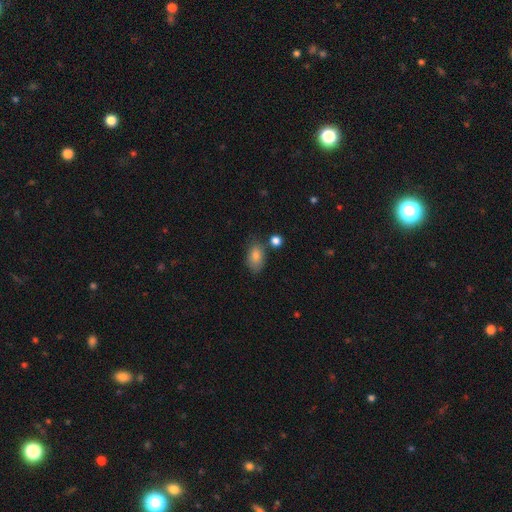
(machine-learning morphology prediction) Overall: smooth (83%). How rounded: in between (88%). Merging: none (66%).